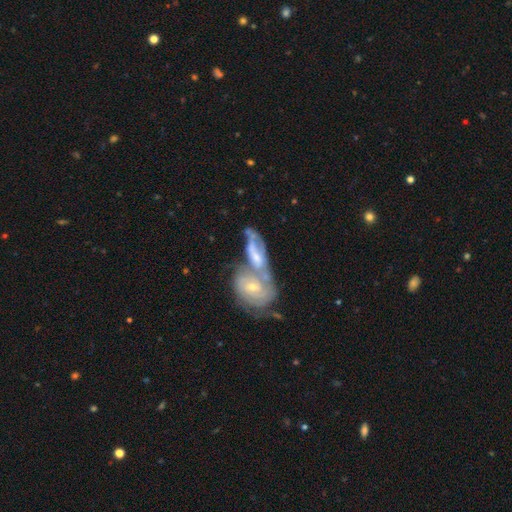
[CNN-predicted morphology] Q: Smooth or featured?
A: featured or disk (74%); runner-up: smooth (21%)
Q: Edge-on disk?
A: no (93%); runner-up: yes (7%)
Q: Bar?
A: no (51%); runner-up: weak (35%)
Q: Spiral arms?
A: yes (83%); runner-up: no (17%)
Q: Spiral winding?
A: tight (57%); runner-up: medium (32%)
Q: Spiral arm count?
A: can't tell (40%); runner-up: 2 (38%)
Q: Bulge size?
A: small (54%); runner-up: moderate (38%)
Q: Merging?
A: merger (71%); runner-up: none (15%)